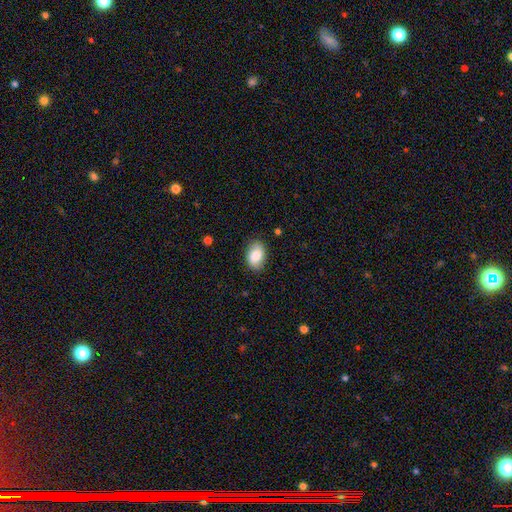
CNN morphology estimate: Overall: smooth (81%). How rounded: in between (87%). Merging: none (84%).